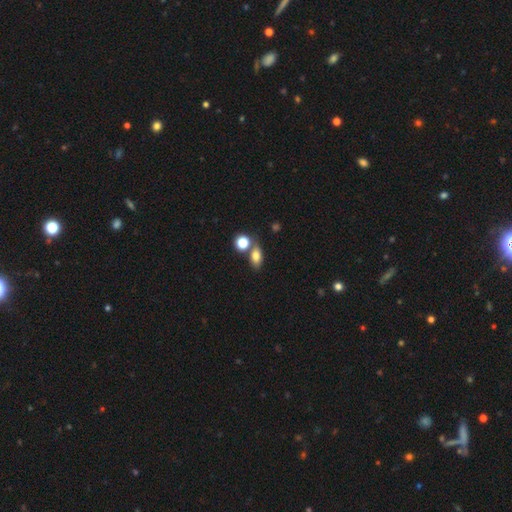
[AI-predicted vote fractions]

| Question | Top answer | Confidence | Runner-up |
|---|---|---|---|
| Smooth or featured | smooth | 77% | featured or disk (11%) |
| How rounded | in between | 77% | round (18%) |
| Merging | none | 62% | merger (22%) |